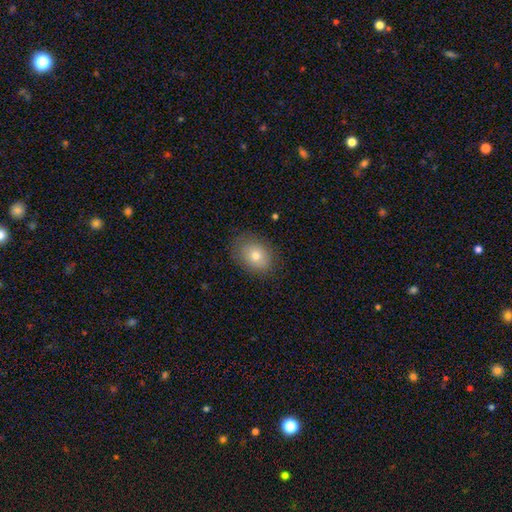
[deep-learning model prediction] Morphology: type=smooth (76%); roundness=in between (64%); merging=none (83%).